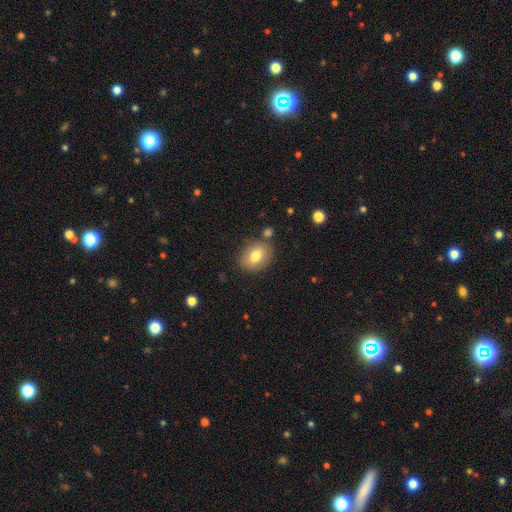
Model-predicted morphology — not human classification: Overall: smooth (77%). How rounded: in between (64%; round 35%). Merging: none (77%).